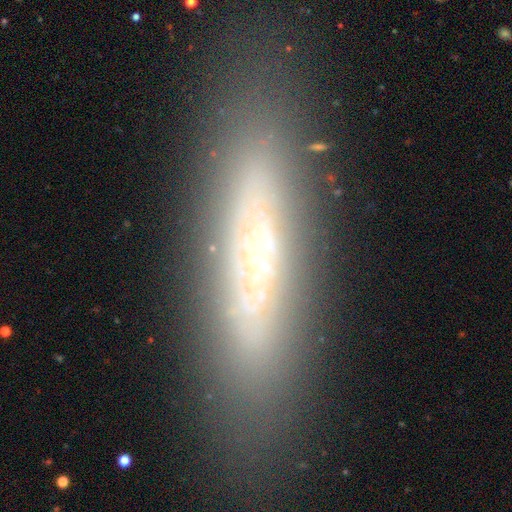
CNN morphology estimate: Smooth or featured?
  - featured or disk: 50% *
  - smooth: 39%
  - star or artifact: 11%
Merging?
  - none: 82% *
  - minor disturbance: 12%
  - major disturbance: 4%
  - merger: 2%